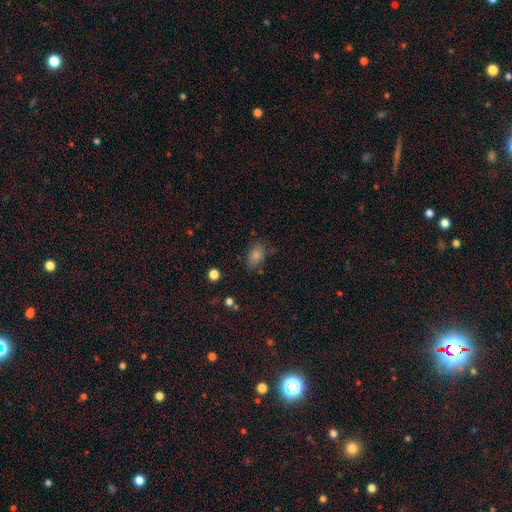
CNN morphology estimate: Smooth or featured?
  - smooth: 78% *
  - star or artifact: 13%
  - featured or disk: 9%
How rounded?
  - in between: 85% *
  - round: 13%
  - cigar-shaped: 2%
Merging?
  - none: 75% *
  - minor disturbance: 17%
  - major disturbance: 4%
  - merger: 3%